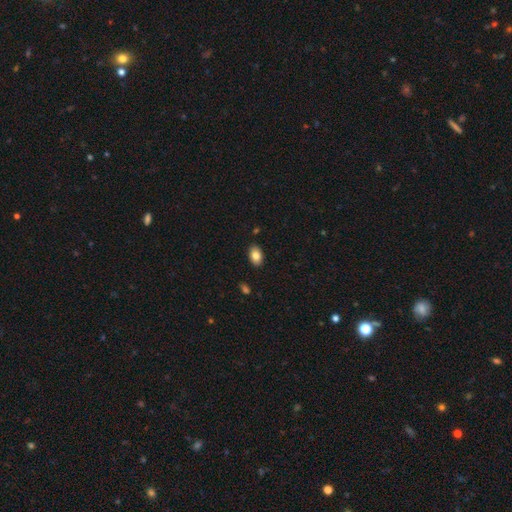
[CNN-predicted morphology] Overall: smooth (83%). How rounded: in between (90%). Merging: none (88%).